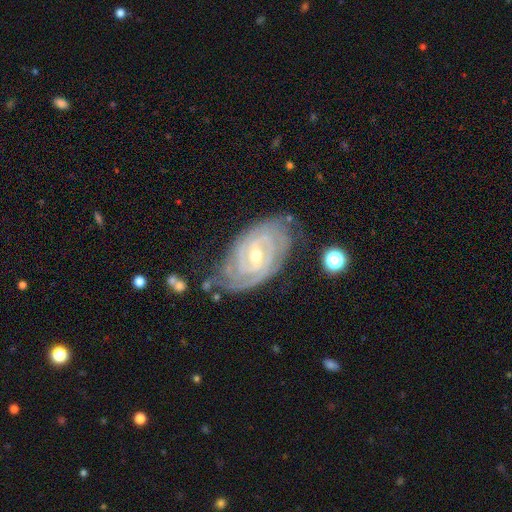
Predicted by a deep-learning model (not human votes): This is clearly a featured or disk galaxy (91%). It is clearly not viewed edge-on (96%). Bar: possibly weak (48%). Spiral arm pattern: clearly yes (98%). Spiral arm count: marginally 2 (28%). Spiral winding: clearly tight (80%). Central bulge: possibly small (50%). Merging: likely none (69%).